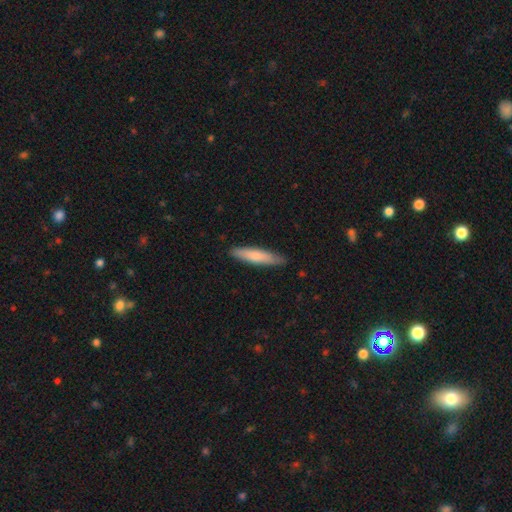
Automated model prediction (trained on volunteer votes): This appears to be a smooth galaxy with no disk features (73%) that is cigar-shaped (85%). Merging: none (87%).